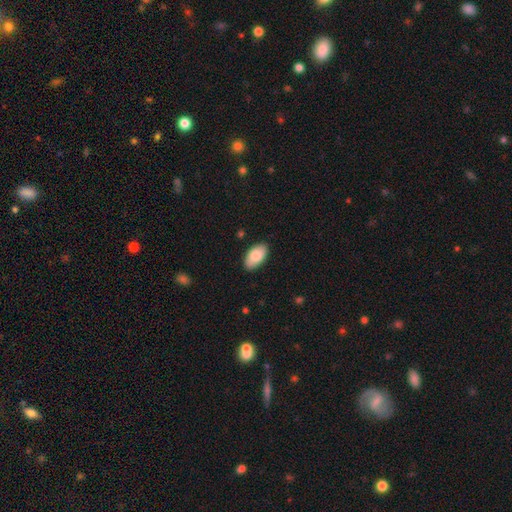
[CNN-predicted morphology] A smooth galaxy with no disk features (83%) that is in between round and cigar-shaped (95%). Merging: none (85%).